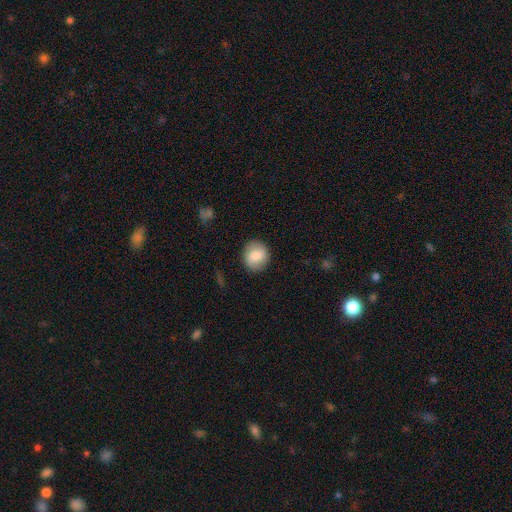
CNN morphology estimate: Q: Smooth or featured?
A: smooth (76%); runner-up: featured or disk (17%)
Q: How rounded?
A: round (81%); runner-up: in between (18%)
Q: Merging?
A: none (87%); runner-up: minor disturbance (9%)